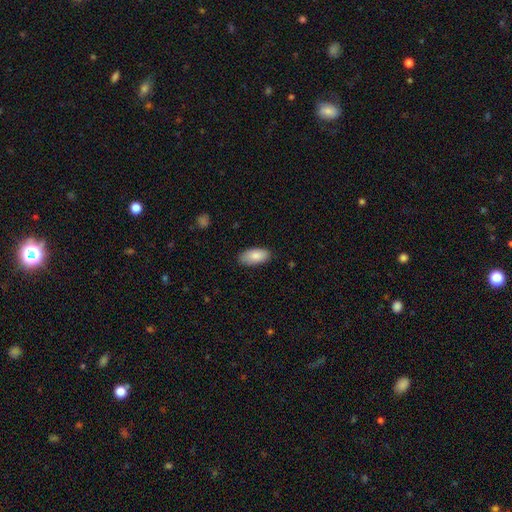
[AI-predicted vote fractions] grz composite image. It shows a smooth galaxy with no disk features (85%) that is in between round and cigar-shaped (91%). Merging: none (86%).